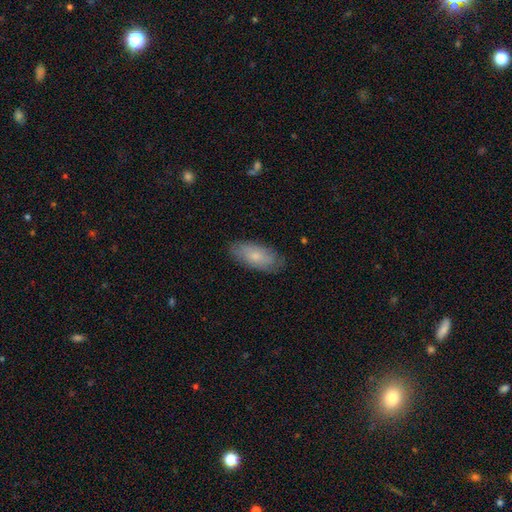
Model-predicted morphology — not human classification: Q: Smooth or featured?
A: smooth (71%); runner-up: featured or disk (23%)
Q: How rounded?
A: in between (87%); runner-up: cigar-shaped (11%)
Q: Merging?
A: none (81%); runner-up: minor disturbance (15%)